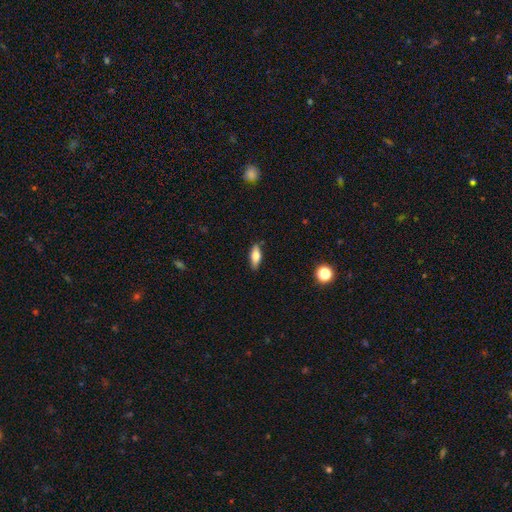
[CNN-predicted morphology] Smooth or featured? Predicted: smooth (p=0.67). How rounded? Predicted: in between (p=0.68). Merging? Predicted: none (p=0.85).